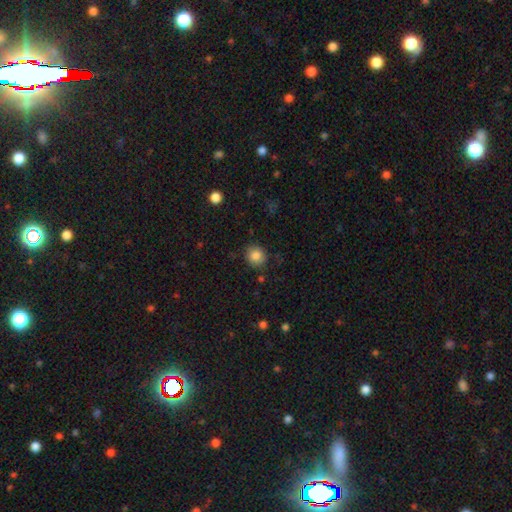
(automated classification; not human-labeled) Q: Smooth or featured?
A: smooth (84%); runner-up: star or artifact (10%)
Q: How rounded?
A: round (80%); runner-up: in between (19%)
Q: Merging?
A: none (86%); runner-up: minor disturbance (10%)